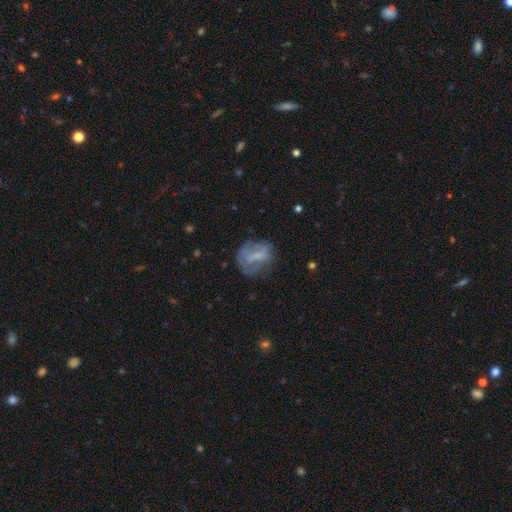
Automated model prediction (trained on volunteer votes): This appears to be a featured or disk galaxy (49%). Merging: none (57%).